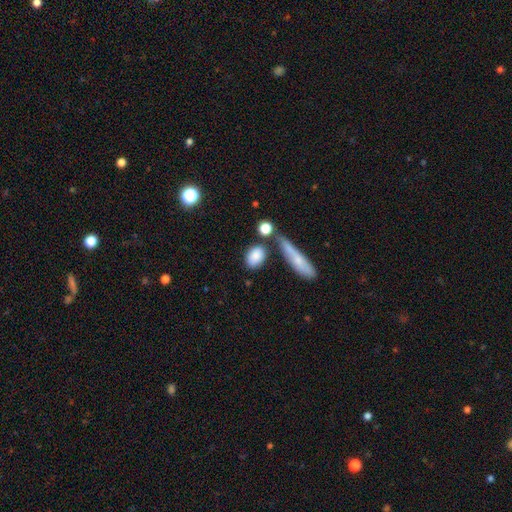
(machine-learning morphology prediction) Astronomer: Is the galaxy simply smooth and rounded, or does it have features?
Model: smooth — 84%.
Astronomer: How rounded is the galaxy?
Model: in between — 73%.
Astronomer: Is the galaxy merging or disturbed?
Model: none — 66%.